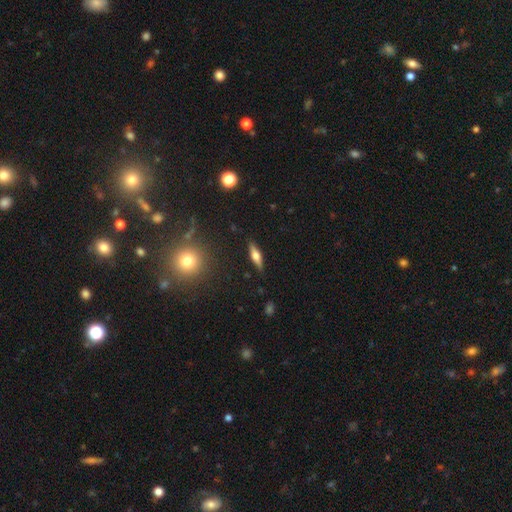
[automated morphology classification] This appears to be a featured or disk galaxy (53%) viewed edge-on (93%). Merging: none (87%).